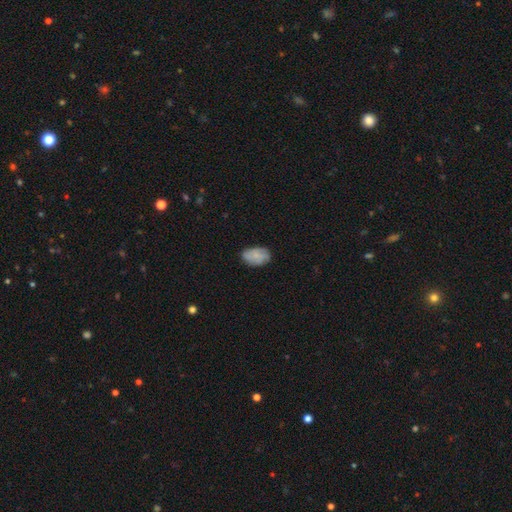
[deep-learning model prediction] smooth 67%, featured or disk 25%, star or artifact 8%. Down the decision tree: how rounded — in between (89%); merging — none (74%).